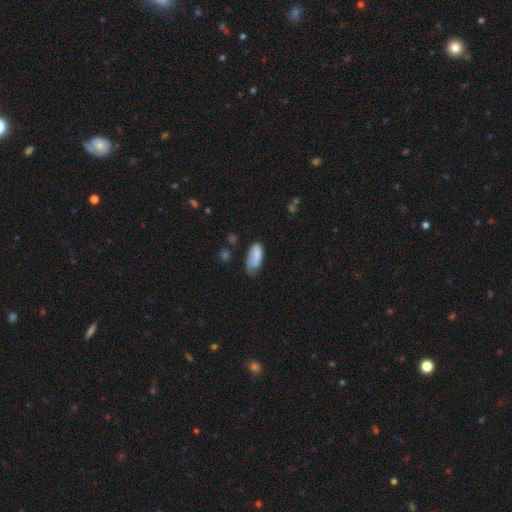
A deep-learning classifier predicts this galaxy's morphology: Q: Smooth or featured?
A: smooth (75%); runner-up: featured or disk (18%)
Q: How rounded?
A: in between (83%); runner-up: cigar-shaped (15%)
Q: Merging?
A: minor disturbance (39%); runner-up: none (36%)